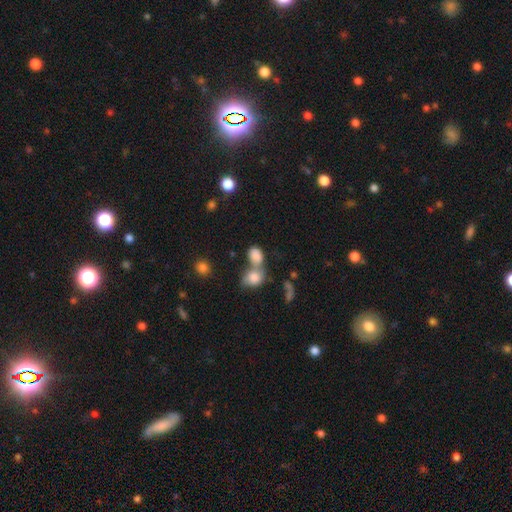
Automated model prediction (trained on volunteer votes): Overall: smooth (81%). How rounded: in between (71%). Merging: merger (62%; none 23%).